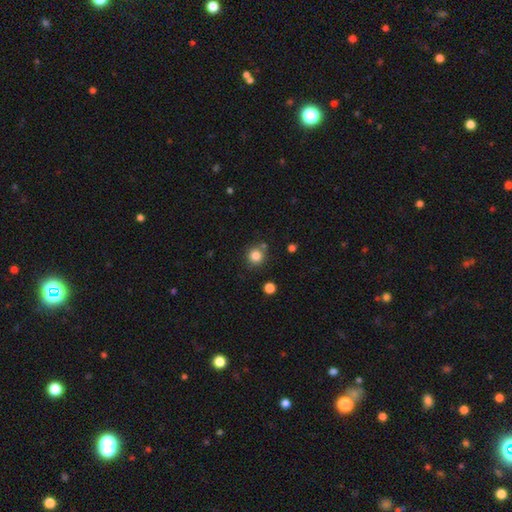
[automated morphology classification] Overall: smooth (83%). How rounded: round (92%). Merging: none (80%).